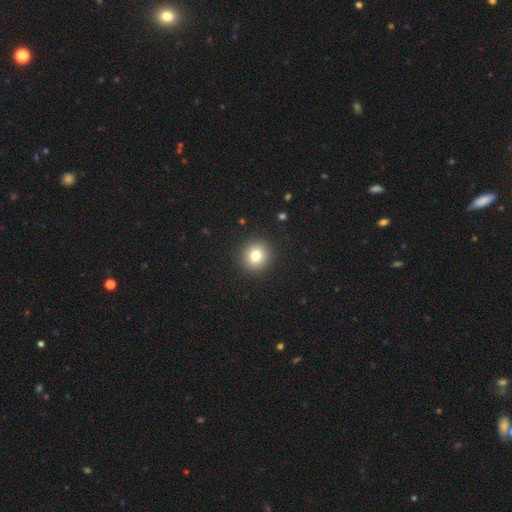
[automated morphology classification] type=smooth (80%); roundness=round (88%); merging=none (92%).